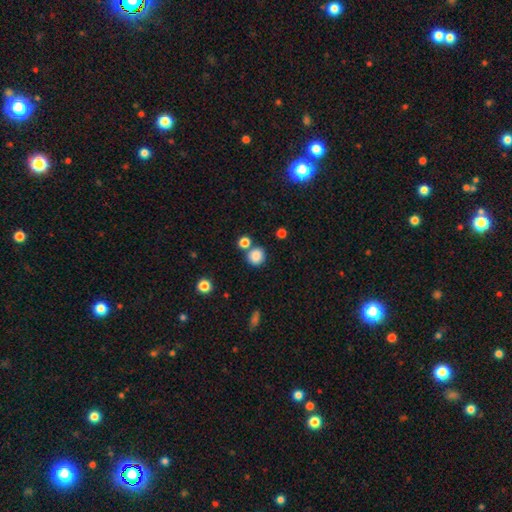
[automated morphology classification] smooth 85%, star or artifact 11%, featured or disk 4%. Down the decision tree: how rounded — round (88%); merging — none (73%).